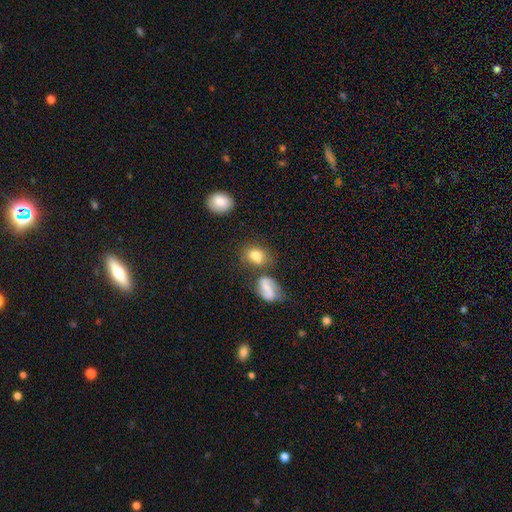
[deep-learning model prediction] Overall: smooth (77%). How rounded: in between (62%; round 36%). Merging: none (56%; merger 22%).